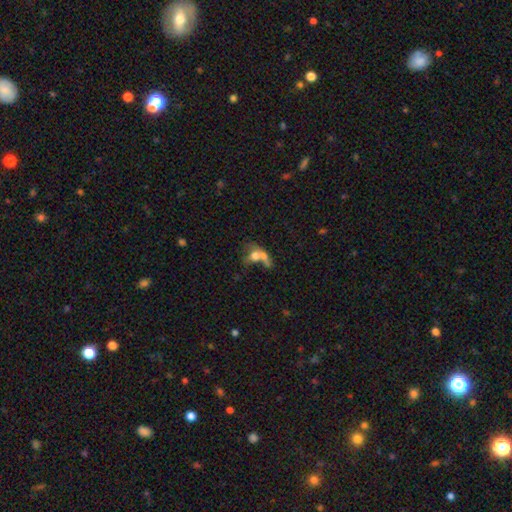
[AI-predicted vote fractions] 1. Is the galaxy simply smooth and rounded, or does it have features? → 59% smooth, 30% featured or disk, 11% star or artifact.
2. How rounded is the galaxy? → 58% in between, 34% round, 9% cigar-shaped.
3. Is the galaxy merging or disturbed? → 56% merger, 18% none, 17% major disturbance, 9% minor disturbance.